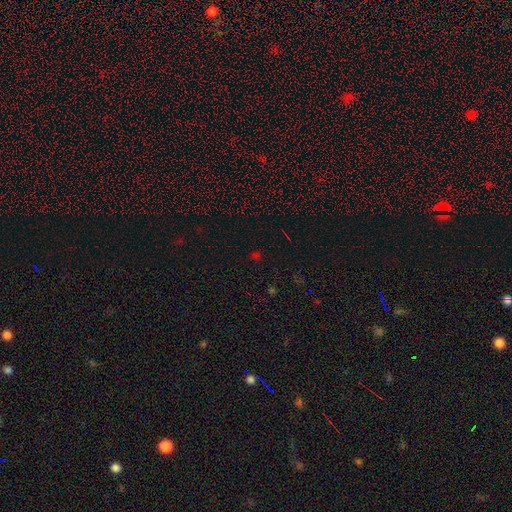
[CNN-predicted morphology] Smooth or featured: star or artifact — 60% (smooth — 34%)